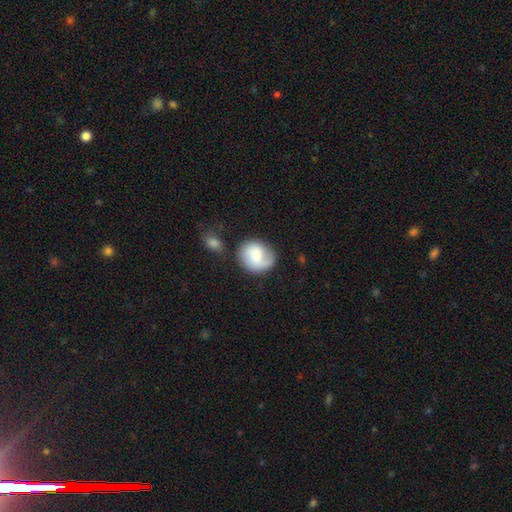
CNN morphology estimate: Q: Smooth or featured?
A: smooth (58%); runner-up: featured or disk (35%)
Q: How rounded?
A: round (72%); runner-up: in between (27%)
Q: Merging?
A: none (58%); runner-up: minor disturbance (22%)